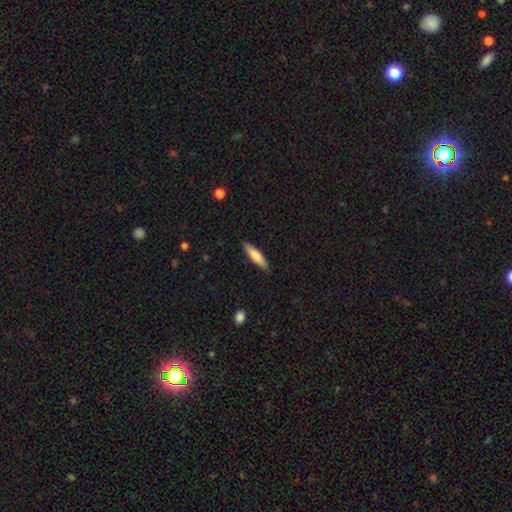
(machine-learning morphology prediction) Q: Smooth or featured?
A: smooth (80%); runner-up: featured or disk (15%)
Q: How rounded?
A: cigar-shaped (68%); runner-up: in between (30%)
Q: Merging?
A: none (87%); runner-up: minor disturbance (10%)